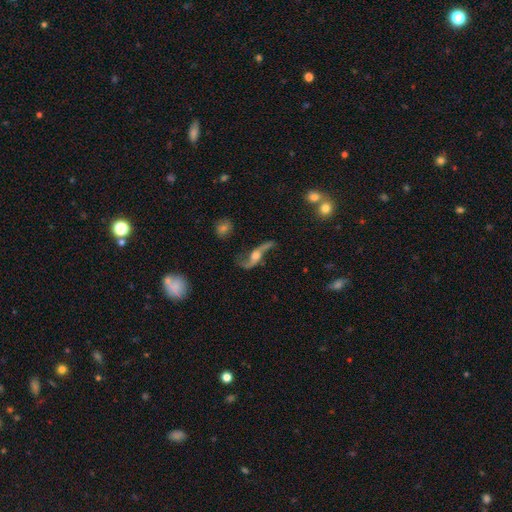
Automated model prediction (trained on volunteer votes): smooth_or_featured: featured or disk (p=0.87) [alt: smooth p=0.07]
disk_edge_on: no (p=0.87) [alt: yes p=0.13]
bar: no (p=0.58) [alt: weak p=0.31]
has_spiral_arms: yes (p=0.95) [alt: no p=0.05]
spiral_winding: loose (p=0.91) [alt: medium p=0.07]
spiral_arm_count: 2 (p=0.94) [alt: 1 p=0.02]
bulge_size: moderate (p=0.49) [alt: large p=0.21]
merging: none (p=0.69) [alt: minor disturbance p=0.16]